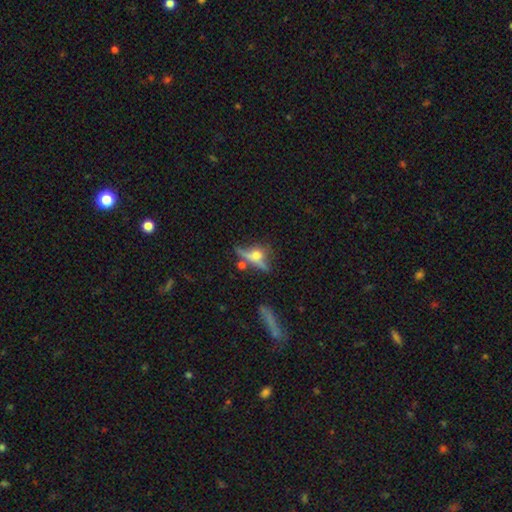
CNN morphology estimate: The model was most divided on "smooth or featured": featured or disk: 47%, smooth: 39%, star or artifact: 14%. Remaining: merging — none (46%).